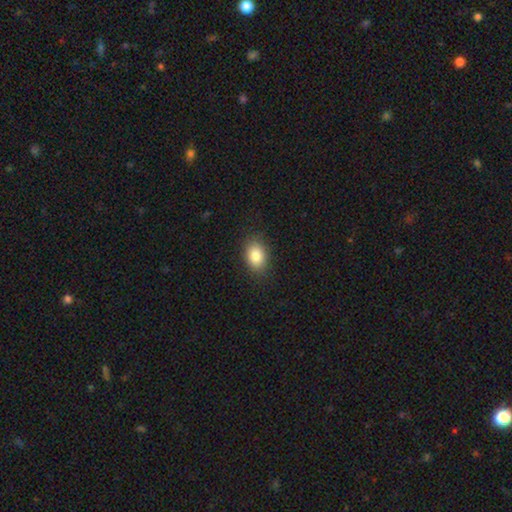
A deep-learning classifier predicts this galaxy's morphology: smooth-or-featured: smooth: 85% | star or artifact: 9% | featured or disk: 7%
  how-rounded: in between: 77% | round: 22% | cigar-shaped: 1%
  merging: none: 87% | minor disturbance: 10% | major disturbance: 3% | merger: 1%